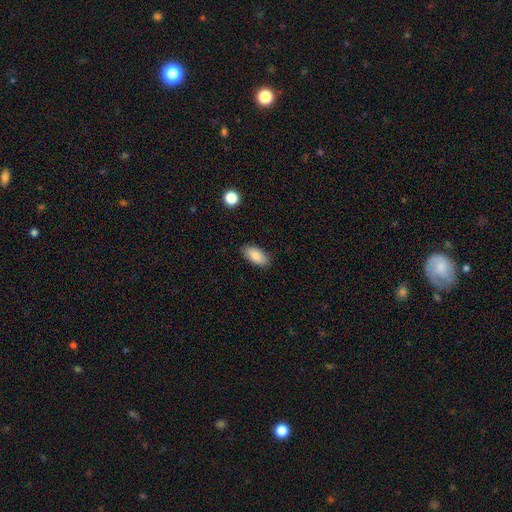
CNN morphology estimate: Smooth or featured? Predicted: smooth (p=0.87). How rounded? Predicted: in between (p=0.92). Merging? Predicted: none (p=0.86).